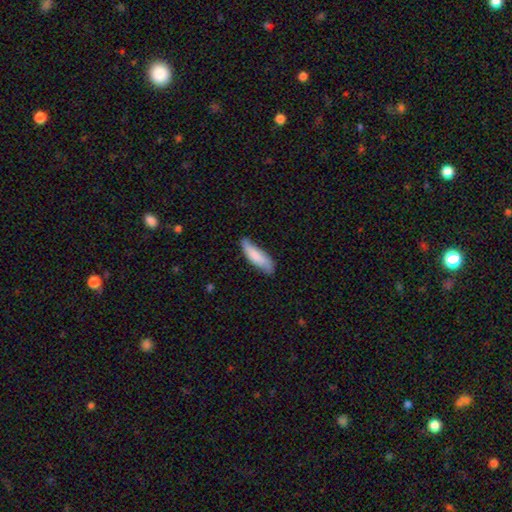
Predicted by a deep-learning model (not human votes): smooth-or-featured: smooth: 78% | featured or disk: 16% | star or artifact: 5%
  how-rounded: cigar-shaped: 54% | in between: 45% | round: 2%
  merging: none: 70% | minor disturbance: 24% | major disturbance: 4% | merger: 2%